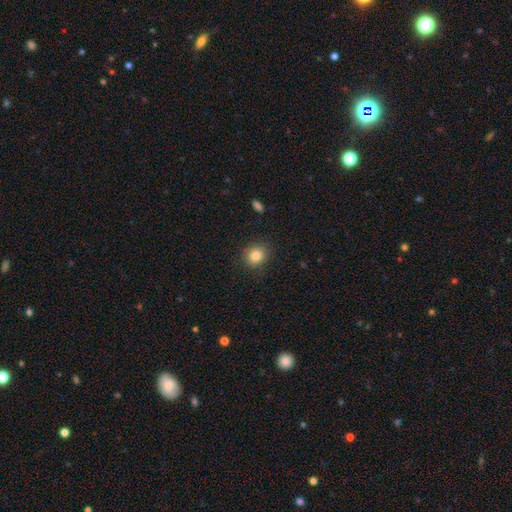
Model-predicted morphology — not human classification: A smooth galaxy with no disk features (83%) that is round (75%).

Vote fractions:
- Smooth or featured? smooth: 83% / star or artifact: 10% / featured or disk: 6%
- How rounded? round: 75% / in between: 24% / cigar-shaped: 1%
- Merging? none: 87% / minor disturbance: 9% / major disturbance: 3% / merger: 1%